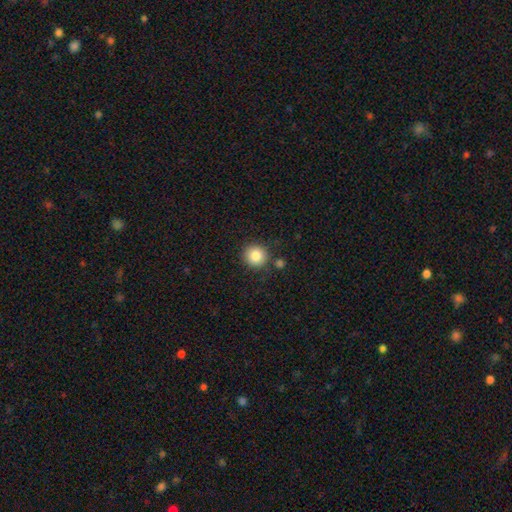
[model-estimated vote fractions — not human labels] smooth_or_featured: smooth (p=0.85) [alt: star or artifact p=0.09]
how_rounded: round (p=0.93) [alt: in between p=0.06]
merging: none (p=0.84) [alt: minor disturbance p=0.09]